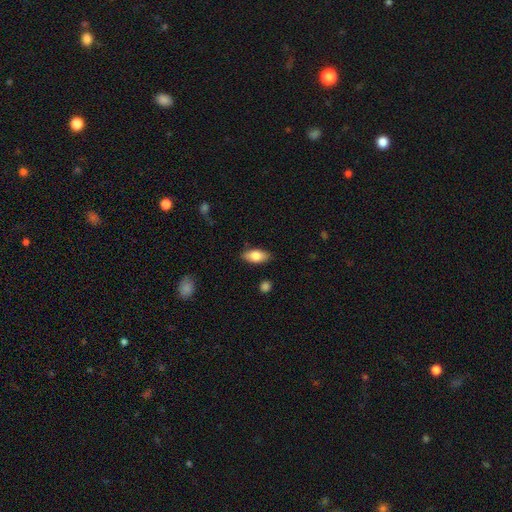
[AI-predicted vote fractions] Smooth or featured? smooth (79%)
How rounded? in between (88%)
Merging? none (85%)